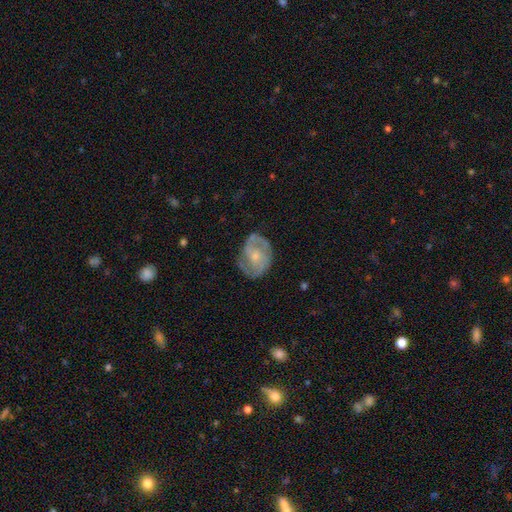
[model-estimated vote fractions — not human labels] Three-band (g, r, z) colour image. It shows a featured or disk galaxy (73%) with no bar (61%), 2 (62%) medium (46%) spiral arms (87%) and a small central bulge (49%). Merging: none (69%).